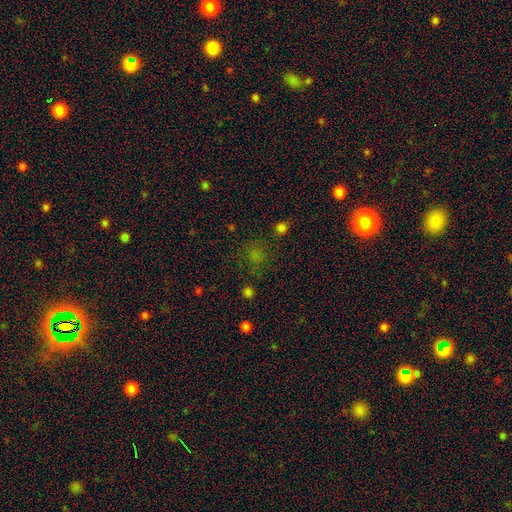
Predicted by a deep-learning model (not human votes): Smooth or featured? Predicted: smooth (p=0.57). How rounded? Predicted: round (p=0.80). Merging? Predicted: none (p=0.71).